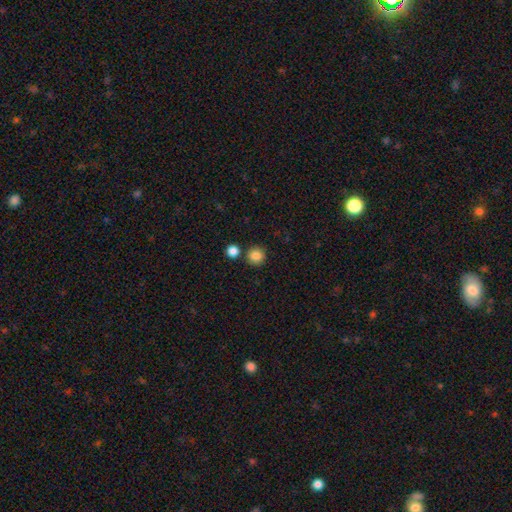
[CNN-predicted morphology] Overall: smooth (85%). How rounded: round (93%). Merging: none (83%).